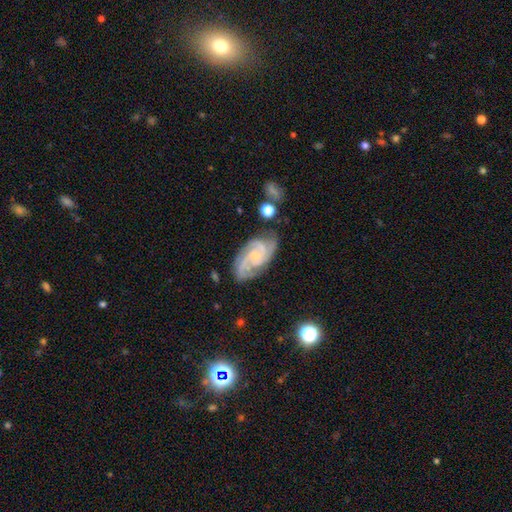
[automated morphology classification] This is clearly a featured or disk galaxy (89%). It is clearly not viewed edge-on (97%). Bar: likely no (66%). Spiral arm pattern: clearly yes (98%). Spiral arm count: possibly 3 (48%). Spiral winding: possibly tight (55%). Central bulge: likely small (77%). Merging: likely none (75%).